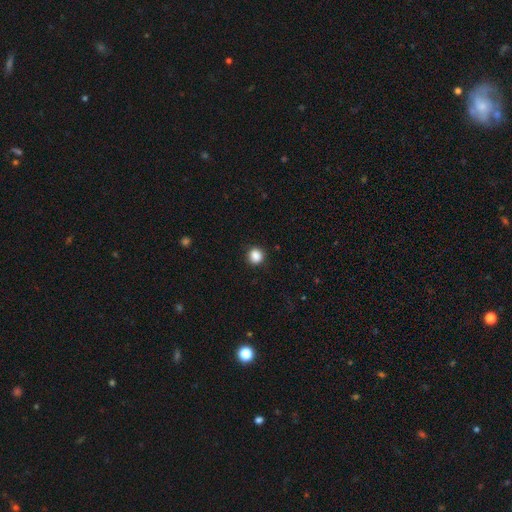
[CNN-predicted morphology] Smooth or featured? Predicted: smooth (p=0.87). How rounded? Predicted: round (p=0.86). Merging? Predicted: none (p=0.88).